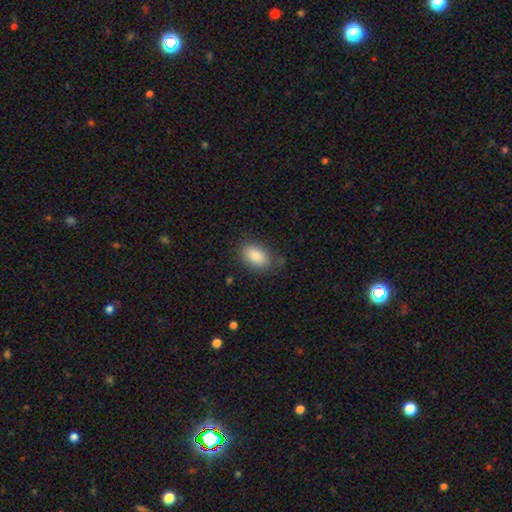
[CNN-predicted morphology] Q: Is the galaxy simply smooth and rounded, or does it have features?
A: smooth — 87%.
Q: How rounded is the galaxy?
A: in between — 90%.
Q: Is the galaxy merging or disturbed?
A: none — 77%.